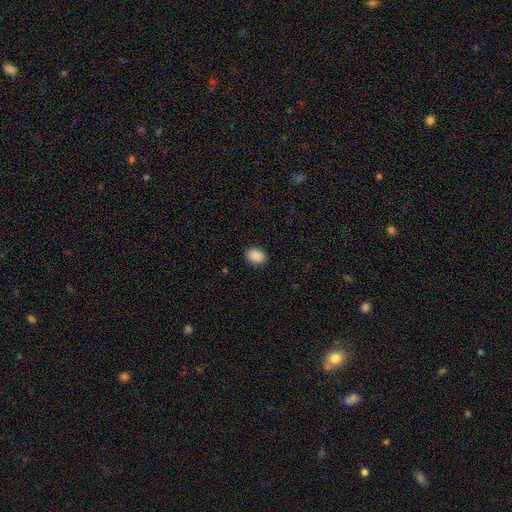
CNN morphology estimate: smooth 89%, star or artifact 7%, featured or disk 4%. Down the decision tree: how rounded — in between (76%); merging — none (88%).